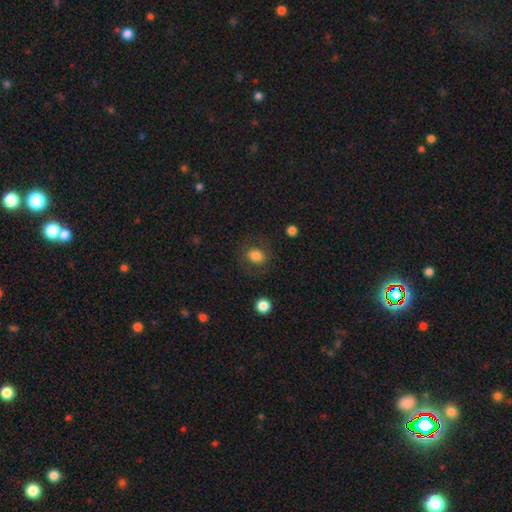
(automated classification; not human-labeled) smooth 82%, star or artifact 10%, featured or disk 8%. Down the decision tree: how rounded — round (58%); merging — none (80%).